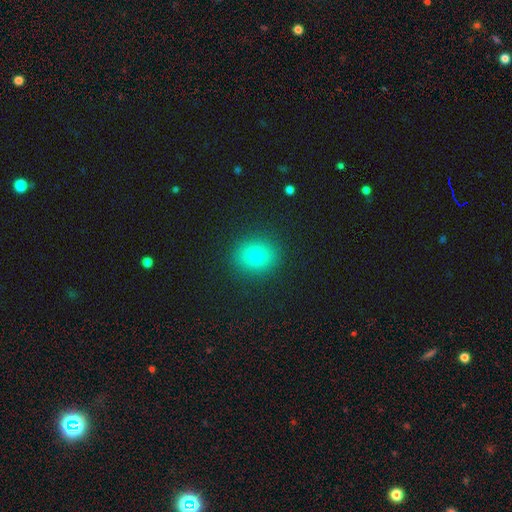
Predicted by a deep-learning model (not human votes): The model was most divided on "how rounded": round: 78%, in between: 21%, cigar-shaped: 1%. More confident: merging — none (90%); smooth or featured — smooth (75%).